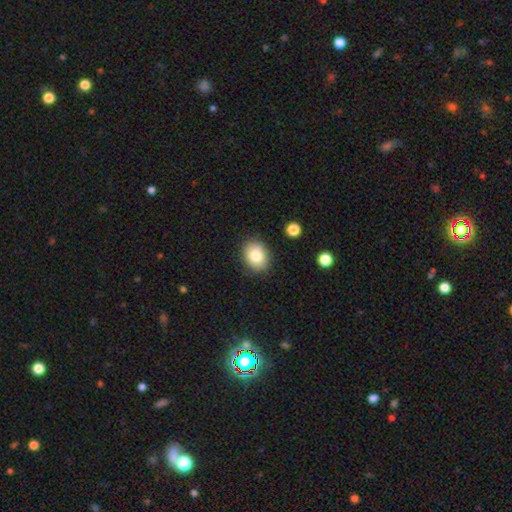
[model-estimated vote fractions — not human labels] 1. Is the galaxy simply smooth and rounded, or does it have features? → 81% smooth, 10% featured or disk, 9% star or artifact.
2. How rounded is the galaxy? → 56% in between, 43% round, 1% cigar-shaped.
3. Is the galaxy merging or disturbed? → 85% none, 10% minor disturbance, 3% major disturbance, 2% merger.